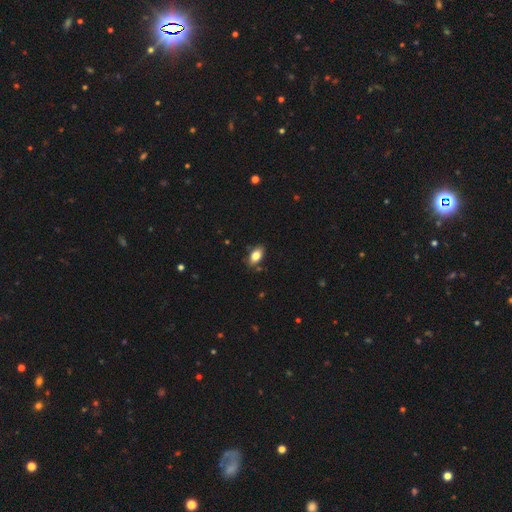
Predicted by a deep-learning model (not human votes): This appears to be a smooth galaxy with no disk features (81%) that is in between round and cigar-shaped (90%). Merging: none (82%).